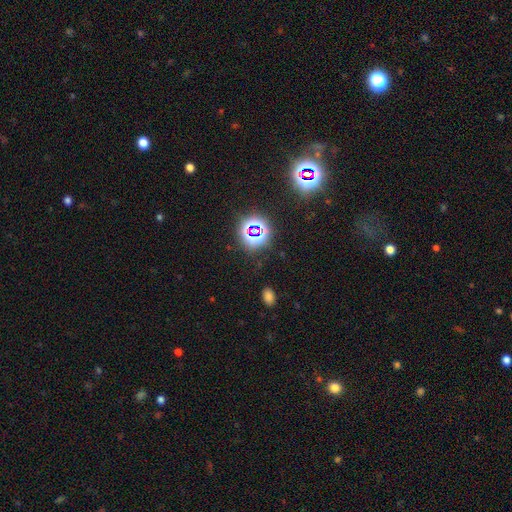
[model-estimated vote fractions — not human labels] This is likely a star or artifact rather than a galaxy (78%).